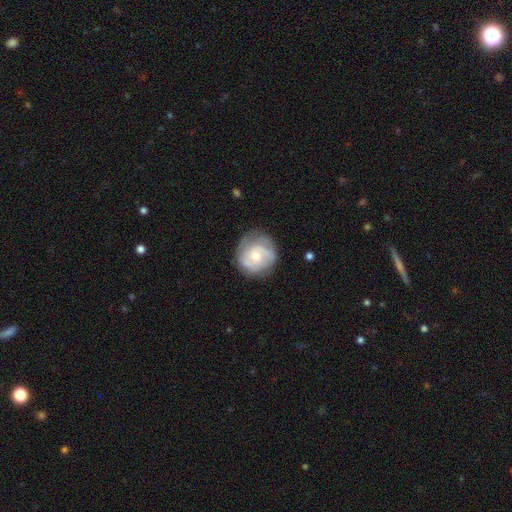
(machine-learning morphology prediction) A featured or disk galaxy (67%) with no bar (65%), 2 (51%) tight (49%) spiral arms (88%) and a moderate central bulge (50%). Merging: none (73%).